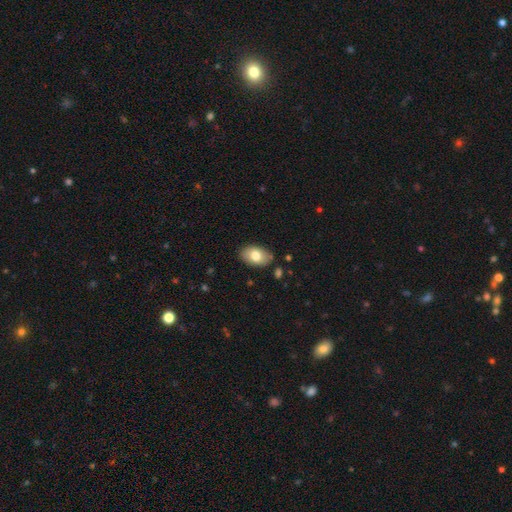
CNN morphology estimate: This is likely a smooth galaxy (78%). How rounded: clearly in between (90%). Merging: clearly none (85%).